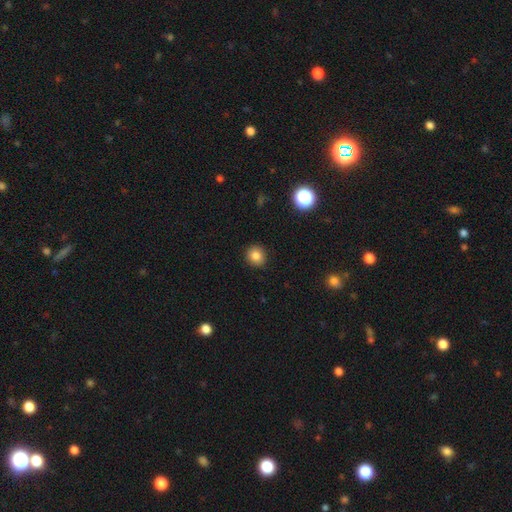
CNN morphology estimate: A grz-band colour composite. It shows a smooth galaxy with no disk features (83%) that is round (88%). Merging: none (91%).